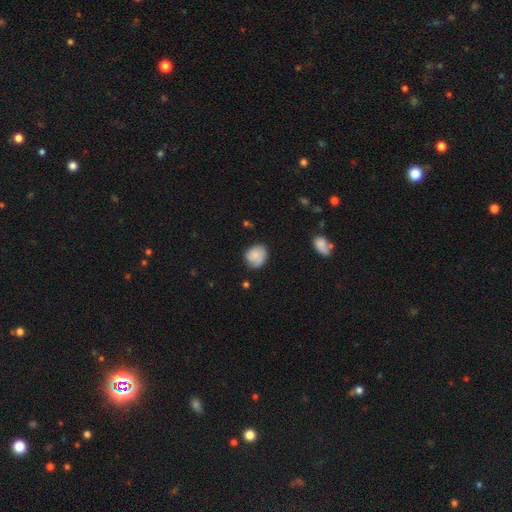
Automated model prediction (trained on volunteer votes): This is likely a smooth galaxy (71%). How rounded: likely round (65%). Merging: likely none (65%).